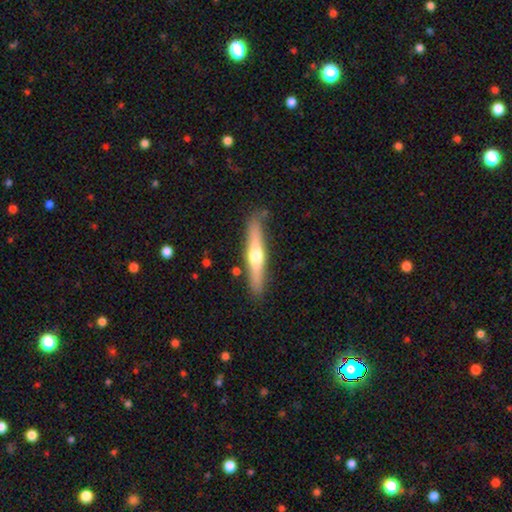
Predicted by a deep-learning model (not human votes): Morphology: type=featured or disk (53%); edge-on=yes (92%); merging=none (80%).